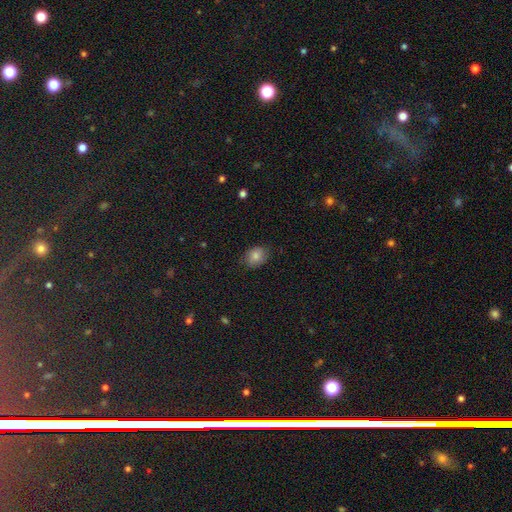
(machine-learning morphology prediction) Q: Smooth or featured?
A: smooth (78%); runner-up: star or artifact (12%)
Q: How rounded?
A: in between (61%); runner-up: round (38%)
Q: Merging?
A: none (80%); runner-up: minor disturbance (16%)